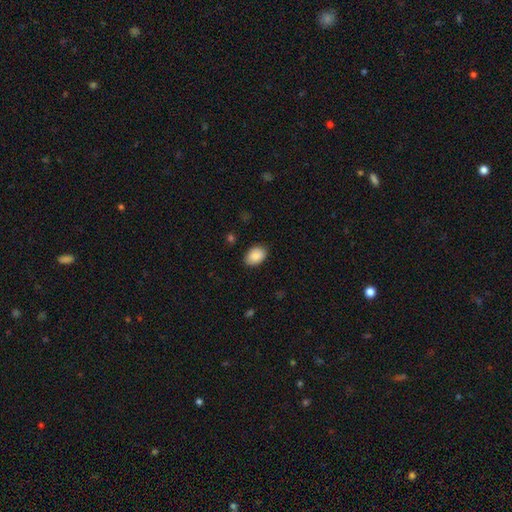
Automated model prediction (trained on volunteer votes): This appears to be a smooth galaxy with no disk features (88%) that is in between round and cigar-shaped (84%). Merging: none (85%).